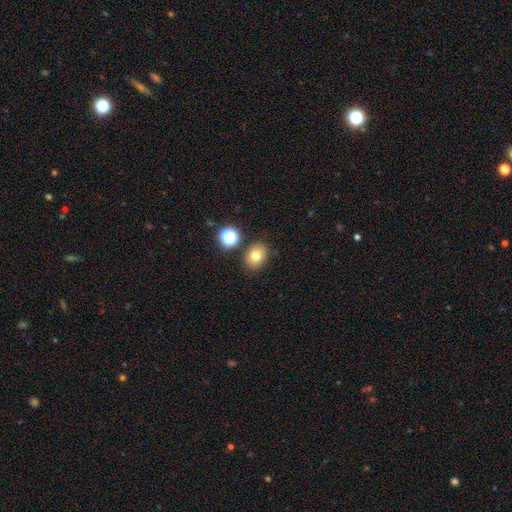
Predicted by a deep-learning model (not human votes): smooth 74%, star or artifact 14%, featured or disk 11%. Down the decision tree: how rounded — in between (54%); merging — none (82%).